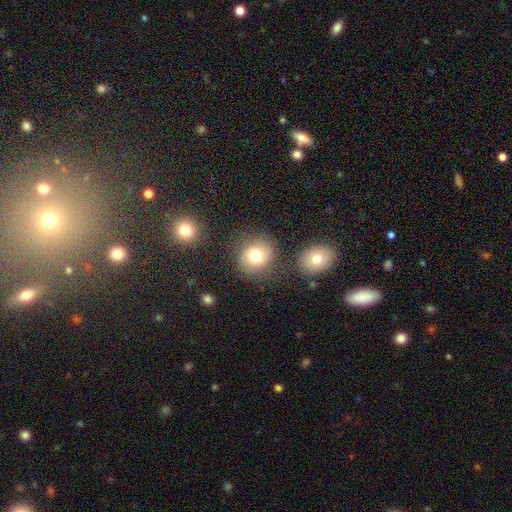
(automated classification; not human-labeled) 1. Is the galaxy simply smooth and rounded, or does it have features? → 75% smooth, 14% featured or disk, 11% star or artifact.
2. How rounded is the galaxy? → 78% round, 21% in between, 1% cigar-shaped.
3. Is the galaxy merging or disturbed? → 75% none, 12% minor disturbance, 8% merger, 5% major disturbance.